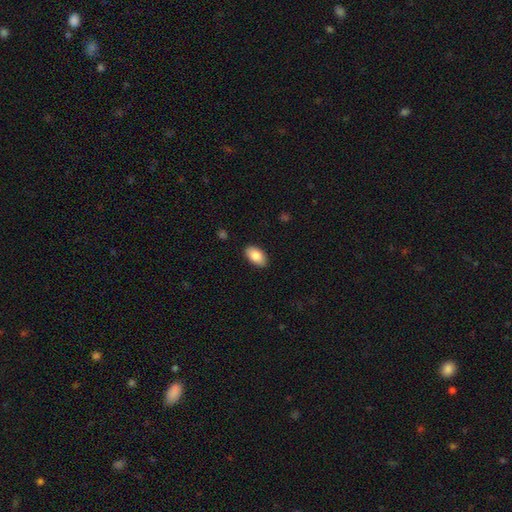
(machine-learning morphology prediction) smooth_or_featured: smooth (p=0.85) [alt: featured or disk p=0.09]
how_rounded: in between (p=0.94) [alt: round p=0.04]
merging: none (p=0.88) [alt: minor disturbance p=0.09]